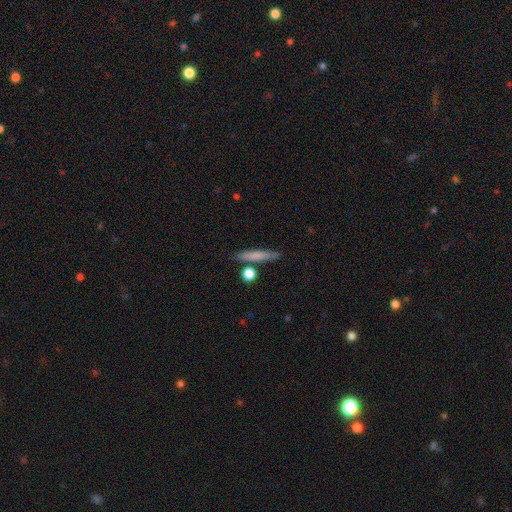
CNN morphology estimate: smooth 71%, featured or disk 22%, star or artifact 7%. Down the decision tree: how rounded — cigar-shaped (88%); merging — none (81%).